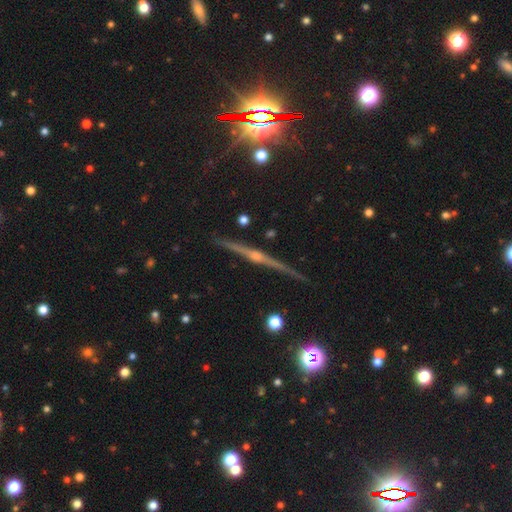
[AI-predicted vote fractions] smooth-or-featured: featured or disk: 80% | star or artifact: 12% | smooth: 8%
  disk-edge-on: yes: 98% | no: 2%
    edge-on-bulge: rounded: 81% | none: 11% | boxy: 8%
  merging: none: 89% | minor disturbance: 7% | major disturbance: 2% | merger: 2%